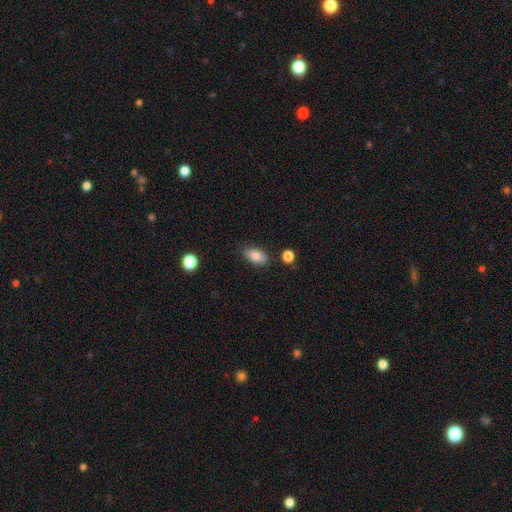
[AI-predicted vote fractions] Smooth or featured?
  - smooth: 83% *
  - featured or disk: 9%
  - star or artifact: 8%
How rounded?
  - in between: 90% *
  - round: 6%
  - cigar-shaped: 4%
Merging?
  - none: 79% *
  - minor disturbance: 15%
  - merger: 3%
  - major disturbance: 3%